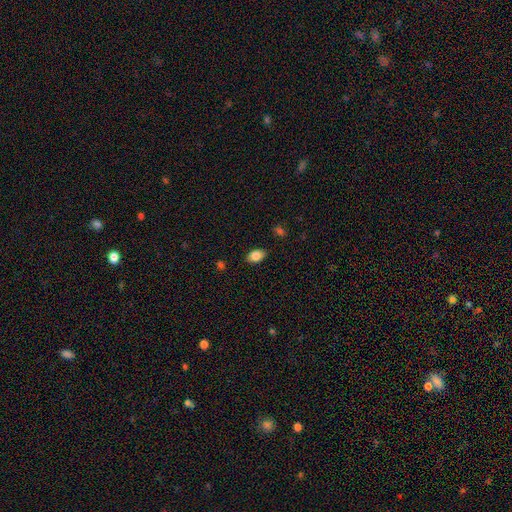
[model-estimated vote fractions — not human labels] smooth-or-featured: smooth: 85% | star or artifact: 8% | featured or disk: 7%
  how-rounded: in between: 90% | round: 9% | cigar-shaped: 2%
  merging: none: 87% | minor disturbance: 10% | major disturbance: 2% | merger: 1%